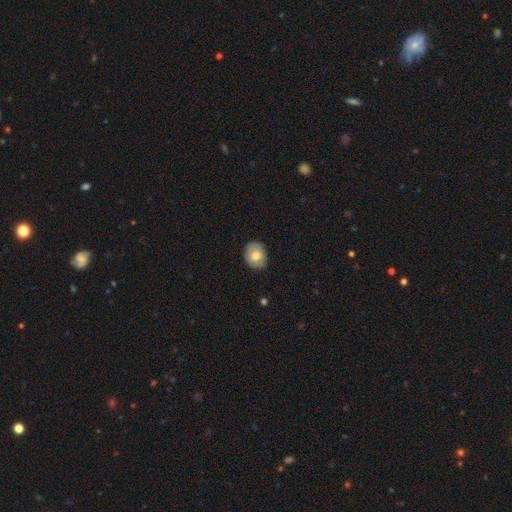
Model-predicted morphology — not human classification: Q: Smooth or featured?
A: smooth (74%); runner-up: featured or disk (19%)
Q: How rounded?
A: round (58%); runner-up: in between (41%)
Q: Merging?
A: none (85%); runner-up: minor disturbance (11%)